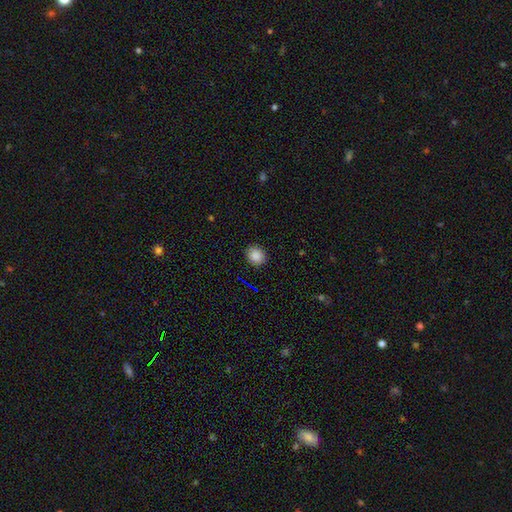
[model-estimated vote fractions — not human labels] Overall: smooth (86%). How rounded: round (74%). Merging: none (89%).